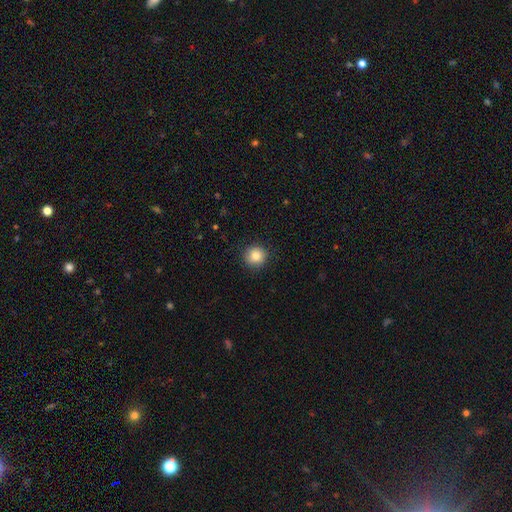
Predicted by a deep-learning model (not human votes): Smooth or featured? Predicted: smooth (p=0.84). How rounded? Predicted: round (p=0.92). Merging? Predicted: none (p=0.89).